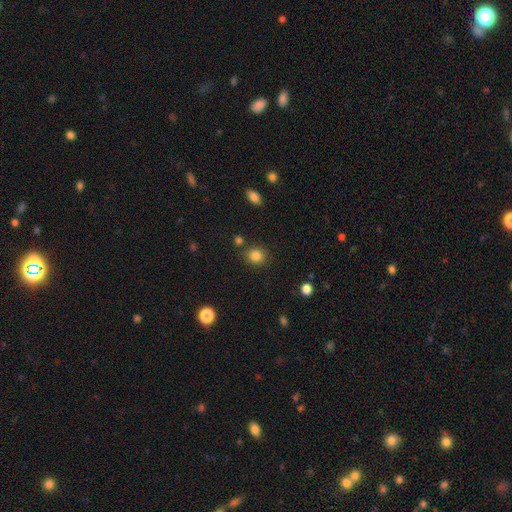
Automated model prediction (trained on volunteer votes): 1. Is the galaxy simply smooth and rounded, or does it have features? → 84% smooth, 11% star or artifact, 5% featured or disk.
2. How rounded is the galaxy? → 77% round, 22% in between, 1% cigar-shaped.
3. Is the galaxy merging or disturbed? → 83% none, 9% minor disturbance, 5% merger, 3% major disturbance.